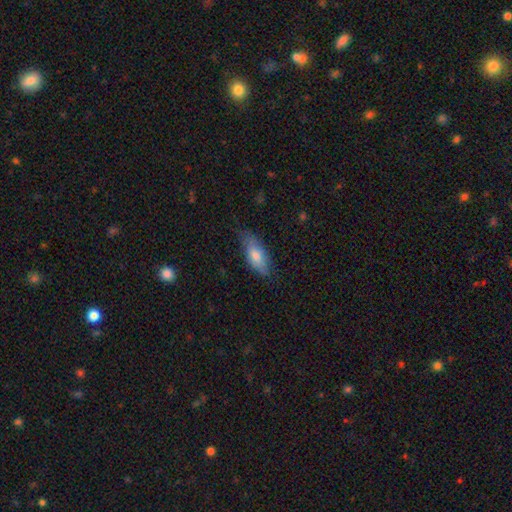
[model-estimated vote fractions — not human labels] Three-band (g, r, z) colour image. It shows a smooth galaxy with no disk features (75%) that is in between round and cigar-shaped (78%). Merging: none (65%).